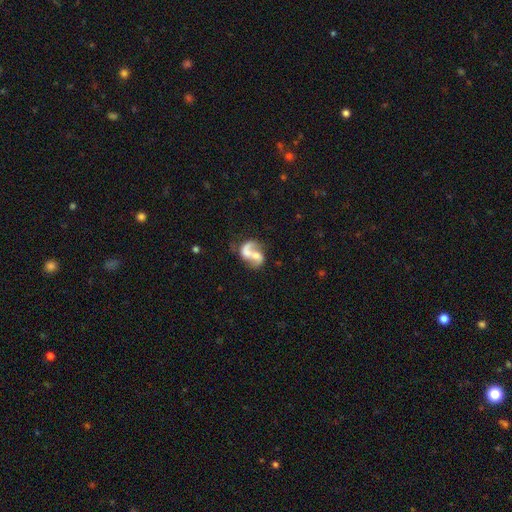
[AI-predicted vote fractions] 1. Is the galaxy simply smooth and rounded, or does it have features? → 72% featured or disk, 20% smooth, 7% star or artifact.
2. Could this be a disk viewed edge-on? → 98% no, 2% yes.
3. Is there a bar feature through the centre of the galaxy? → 57% no, 30% weak, 13% strong.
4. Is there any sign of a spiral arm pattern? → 80% yes, 20% no.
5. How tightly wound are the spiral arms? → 57% loose, 34% medium, 9% tight.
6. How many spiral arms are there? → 70% 2, 23% 1, 4% can't tell, 1% 3, 1% 4, 1% more than 4.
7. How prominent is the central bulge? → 39% moderate, 31% small, 19% none, 8% large, 2% dominant.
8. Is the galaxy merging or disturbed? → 38% merger, 32% none, 17% major disturbance, 13% minor disturbance.